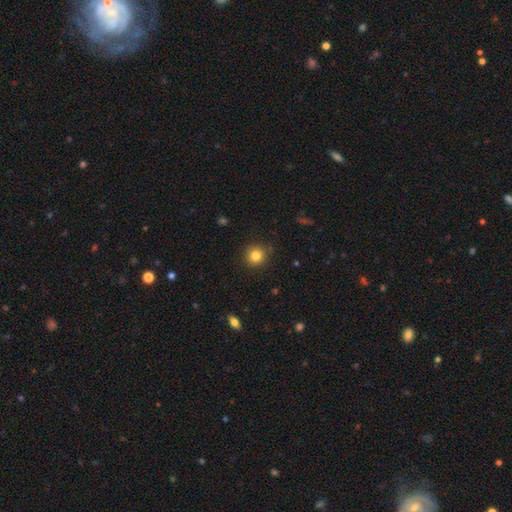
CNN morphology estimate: Overall: smooth (83%). How rounded: round (92%). Merging: none (88%).